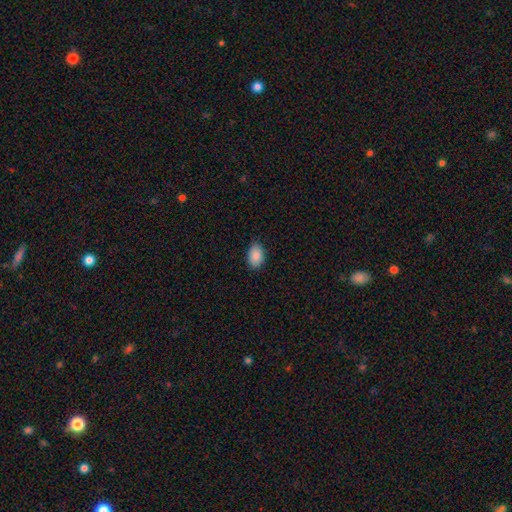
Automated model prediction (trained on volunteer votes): smooth-or-featured: smooth: 89% | star or artifact: 7% | featured or disk: 4%
  how-rounded: in between: 88% | round: 11% | cigar-shaped: 1%
  merging: none: 83% | minor disturbance: 14% | major disturbance: 2% | merger: 1%